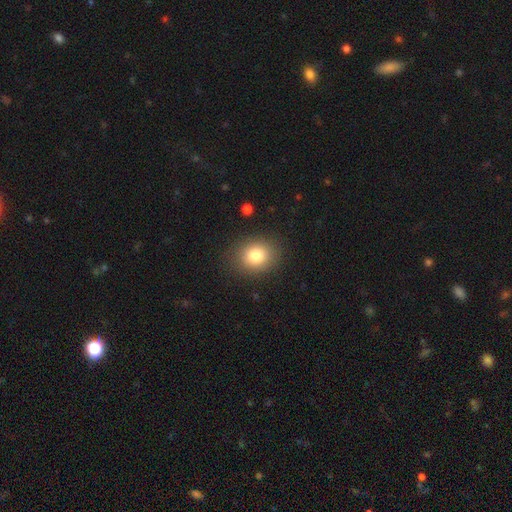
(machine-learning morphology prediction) Overall: smooth (80%). How rounded: round (61%; in between 38%). Merging: none (86%).